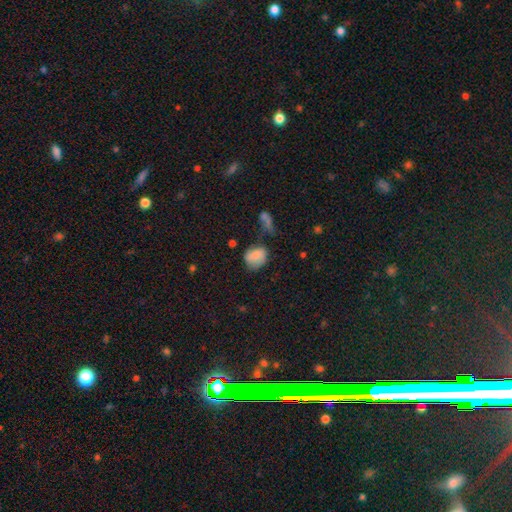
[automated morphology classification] The model was most divided on "how rounded": in between: 58%, round: 41%, cigar-shaped: 1%. Remaining: smooth or featured — smooth (75%); merging — none (48%).